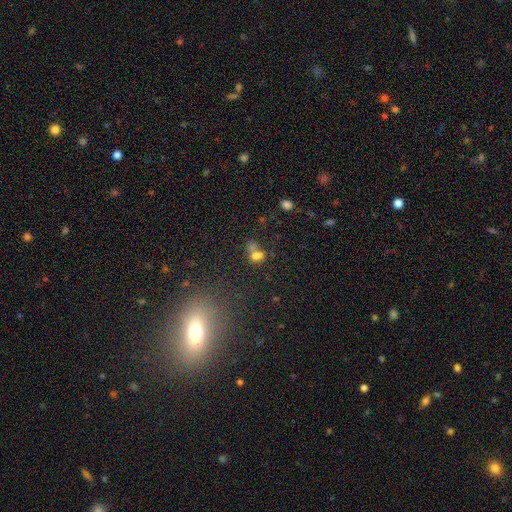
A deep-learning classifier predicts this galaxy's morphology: A smooth galaxy with no disk features (69%) that is in between round and cigar-shaped (49%, tied with round).

Vote fractions:
- Smooth or featured? smooth: 69% / star or artifact: 16% / featured or disk: 15%
- How rounded? in between: 49% (tied) / round: 49% (tied) / cigar-shaped: 2%
- Merging? merger: 56% / none: 26% / minor disturbance: 10% / major disturbance: 8%